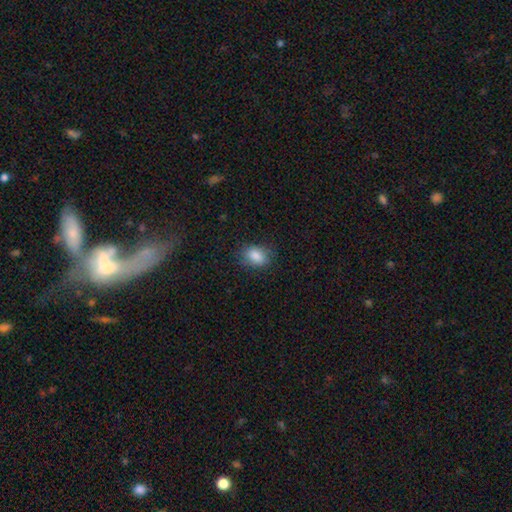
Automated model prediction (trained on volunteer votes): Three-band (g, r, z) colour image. It shows a smooth galaxy with no disk features (85%) that is in between round and cigar-shaped (79%). Merging: none (78%).